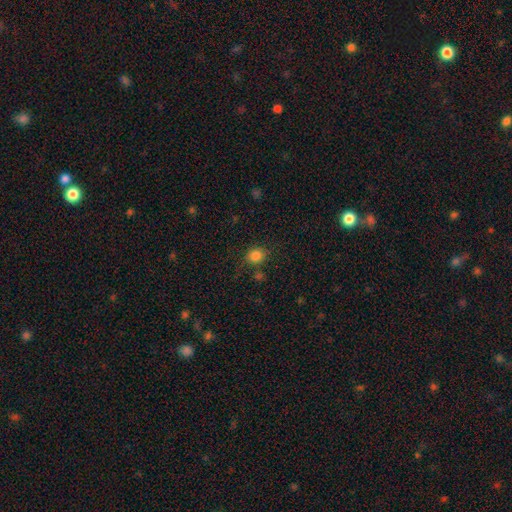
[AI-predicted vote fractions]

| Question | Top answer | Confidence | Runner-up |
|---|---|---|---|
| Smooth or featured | smooth | 83% | star or artifact (13%) |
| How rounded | round | 76% | in between (23%) |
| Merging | none | 76% | minor disturbance (13%) |